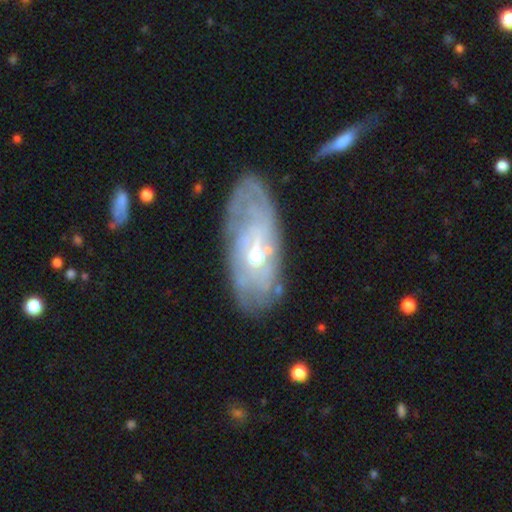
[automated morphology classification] smooth_or_featured: featured or disk (p=0.68) [alt: smooth p=0.23]
disk_edge_on: no (p=0.84) [alt: yes p=0.16]
bar: no (p=0.69) [alt: weak p=0.22]
has_spiral_arms: no (p=0.51) [alt: yes p=0.49]
bulge_size: moderate (p=0.64) [alt: small p=0.24]
merging: none (p=0.64) [alt: minor disturbance p=0.19]